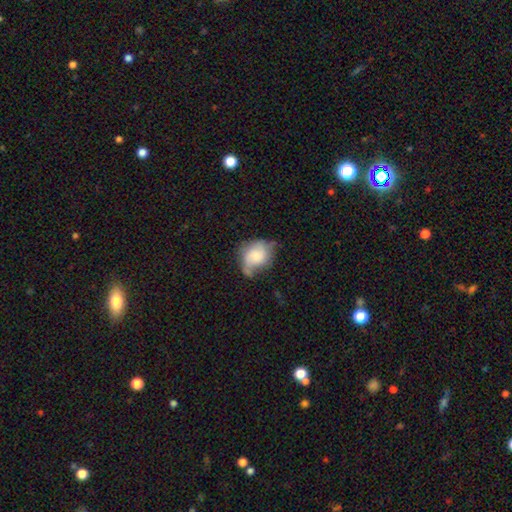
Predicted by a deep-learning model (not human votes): smooth 56%, featured or disk 36%, star or artifact 8%. Down the decision tree: how rounded — in between (52%); merging — minor disturbance (37%).